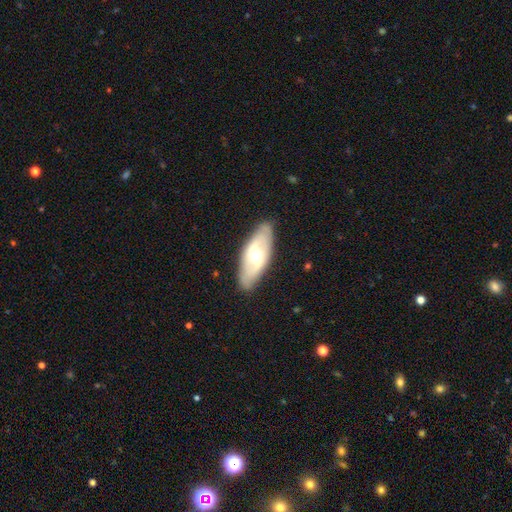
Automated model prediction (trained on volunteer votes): The model was most divided on "bar": weak: 42%, no: 36%, strong: 23%. More confident: merging — none (84%); edge-on disk — no (81%); bulge size — moderate (72%); smooth or featured — featured or disk (62%); spiral arms — yes (53%).